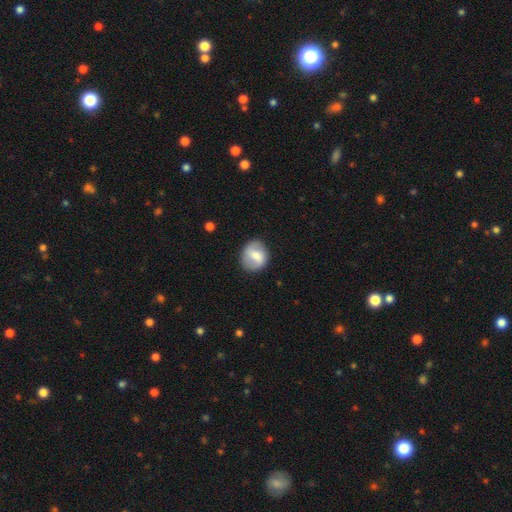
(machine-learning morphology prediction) Smooth or featured? smooth (59%)
How rounded? round (68%)
Merging? none (81%)